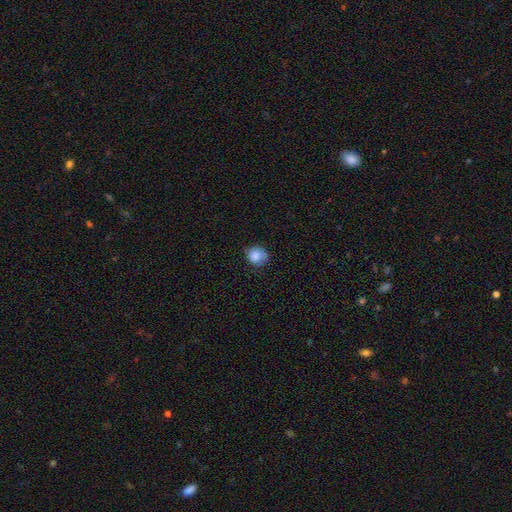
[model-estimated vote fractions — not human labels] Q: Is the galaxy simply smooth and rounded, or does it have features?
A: smooth — 84%.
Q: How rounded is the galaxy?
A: round — 78%.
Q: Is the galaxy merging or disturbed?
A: none — 66%.